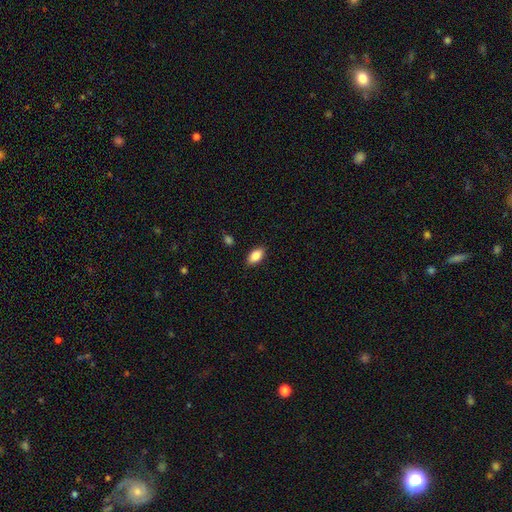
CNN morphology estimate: This appears to be a smooth galaxy with no disk features (87%) that is in between round and cigar-shaped (91%). Merging: none (86%).